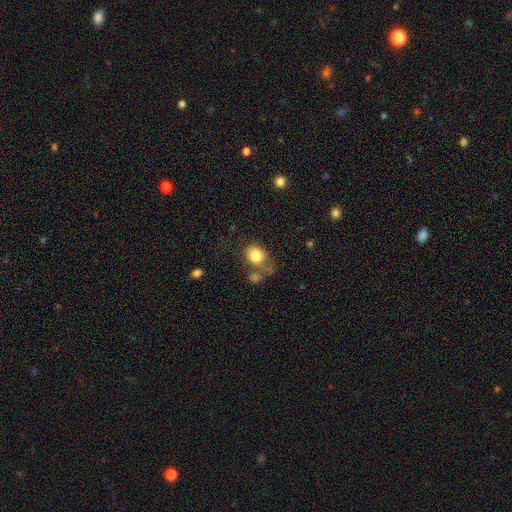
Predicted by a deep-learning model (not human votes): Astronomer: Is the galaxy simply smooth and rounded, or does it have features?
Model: smooth — 81%.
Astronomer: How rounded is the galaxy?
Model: round — 60% (runner-up: in between, 39%).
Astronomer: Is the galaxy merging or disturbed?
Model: none — 45% (runner-up: minor disturbance, 21%).